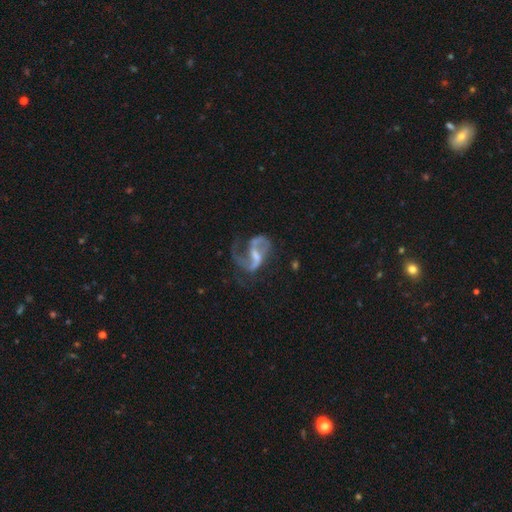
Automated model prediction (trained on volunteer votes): Smooth or featured: featured or disk — 84% (smooth — 9%)
Edge-on disk: no — 97% (yes — 3%)
Bar: weak — 48% (strong — 31%)
Spiral arms: yes — 90% (no — 10%)
Spiral winding: loose — 54% (medium — 38%)
Spiral arm count: 2 — 75% (1 — 14%)
Bulge size: small — 38% (moderate — 30%)
Merging: none — 41% (major disturbance — 35%)